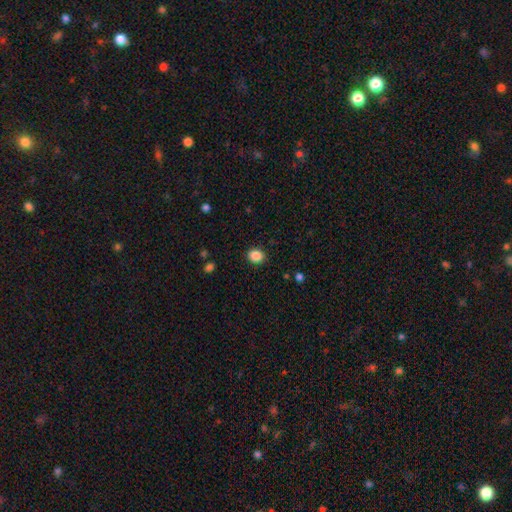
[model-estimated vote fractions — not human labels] A smooth galaxy with no disk features (87%) that is round (64%). Merging: none (89%).